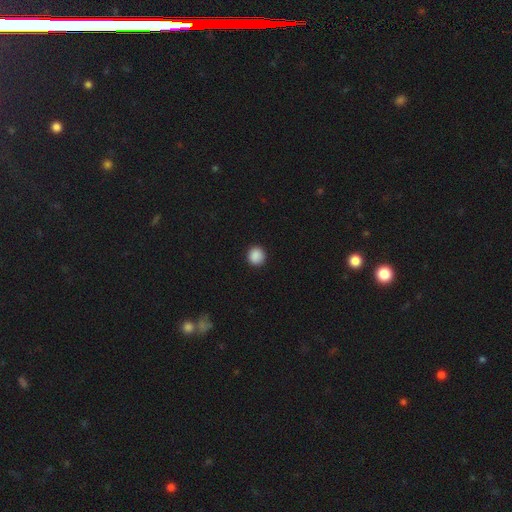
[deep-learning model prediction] Smooth or featured?
  - smooth: 89% *
  - star or artifact: 9%
  - featured or disk: 2%
How rounded?
  - round: 92% *
  - in between: 7%
  - cigar-shaped: 1%
Merging?
  - none: 92% *
  - minor disturbance: 5%
  - major disturbance: 2%
  - merger: 1%